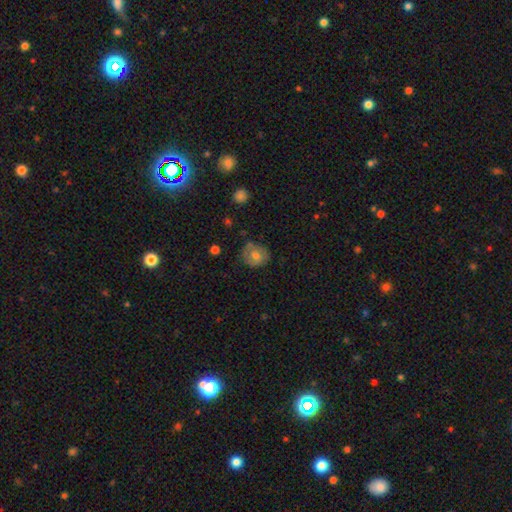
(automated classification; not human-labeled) Q: Smooth or featured?
A: smooth (60%); runner-up: featured or disk (32%)
Q: How rounded?
A: round (73%); runner-up: in between (26%)
Q: Merging?
A: none (67%); runner-up: minor disturbance (24%)